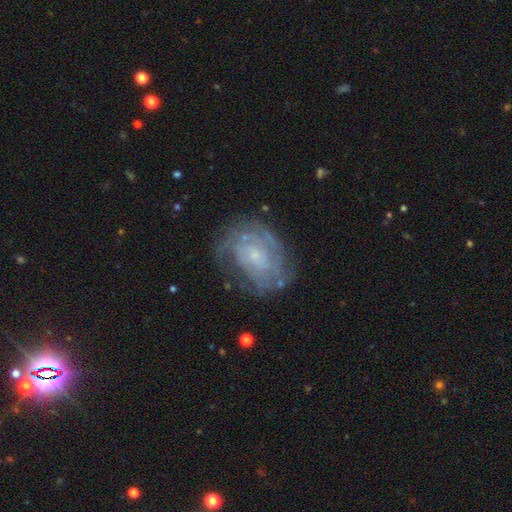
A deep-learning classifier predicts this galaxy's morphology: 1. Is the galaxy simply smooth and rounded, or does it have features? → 78% featured or disk, 15% smooth, 8% star or artifact.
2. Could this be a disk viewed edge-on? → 97% no, 3% yes.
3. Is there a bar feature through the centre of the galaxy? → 66% no, 29% weak, 5% strong.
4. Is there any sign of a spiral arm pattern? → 88% yes, 12% no.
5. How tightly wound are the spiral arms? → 66% tight, 26% medium, 8% loose.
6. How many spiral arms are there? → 47% can't tell, 23% 2, 13% 3, 7% 4, 5% 1, 5% more than 4.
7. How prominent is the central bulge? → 71% small, 17% moderate, 10% none, 2% large, 1% dominant.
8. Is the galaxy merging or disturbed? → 69% none, 19% minor disturbance, 10% major disturbance, 2% merger.